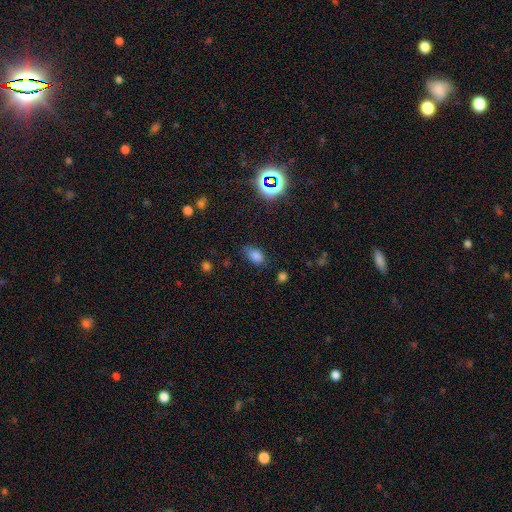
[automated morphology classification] This appears to be a smooth galaxy with no disk features (79%) that is in between round and cigar-shaped (85%). Merging: none (69%).